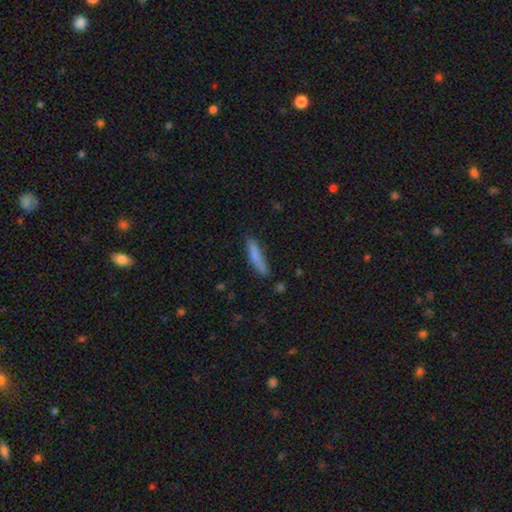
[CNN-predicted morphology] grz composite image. It shows a smooth galaxy with no disk features (79%) that is cigar-shaped (87%). Merging: none (74%).